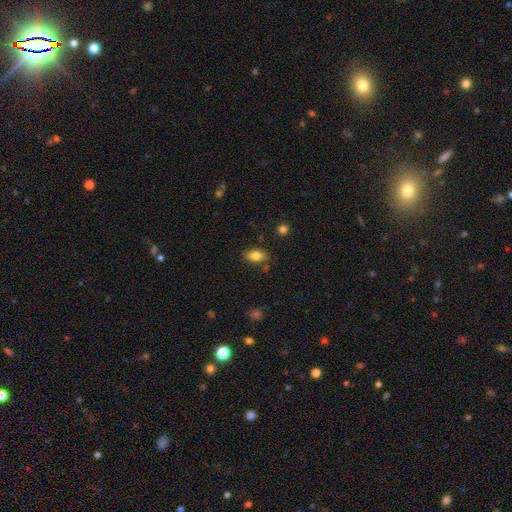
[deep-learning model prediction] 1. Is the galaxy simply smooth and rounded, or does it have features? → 82% smooth, 10% featured or disk, 9% star or artifact.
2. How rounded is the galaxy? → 87% in between, 9% round, 4% cigar-shaped.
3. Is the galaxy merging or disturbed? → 79% none, 14% minor disturbance, 4% merger, 3% major disturbance.